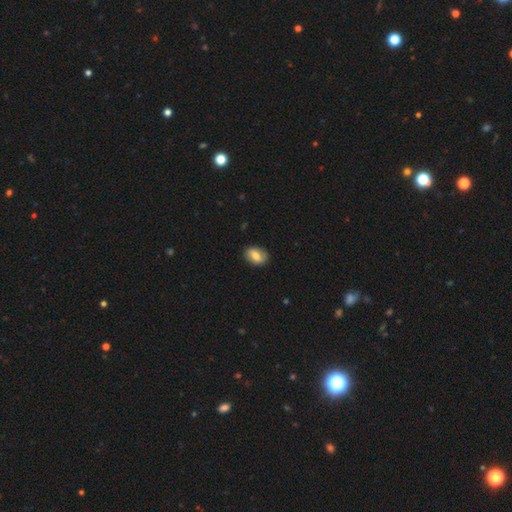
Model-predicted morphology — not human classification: This appears to be a smooth galaxy with no disk features (71%) that is in between round and cigar-shaped (79%). Merging: none (81%).